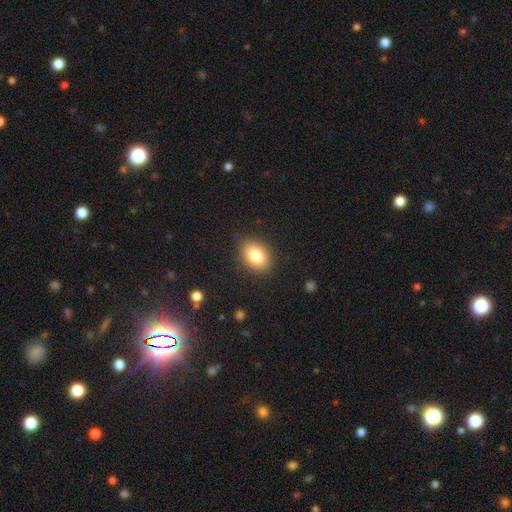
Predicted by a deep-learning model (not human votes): Smooth or featured? Predicted: smooth (p=0.80). How rounded? Predicted: in between (p=0.77). Merging? Predicted: none (p=0.87).